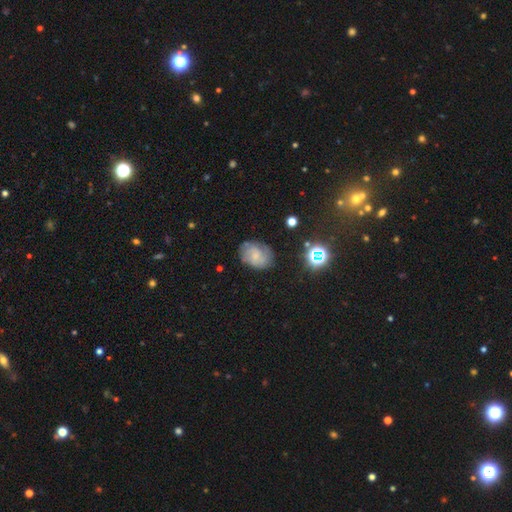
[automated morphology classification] smooth_or_featured: featured or disk (p=0.51) [alt: smooth p=0.37]
disk_edge_on: no (p=0.97) [alt: yes p=0.03]
merging: none (p=0.69) [alt: minor disturbance p=0.21]